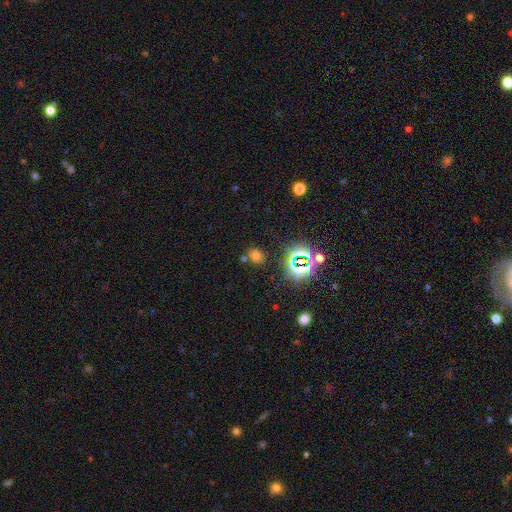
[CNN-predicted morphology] The model was most divided on "smooth or featured": smooth: 59%, star or artifact: 33%, featured or disk: 8%. More confident: merging — none (80%); how rounded — round (65%).